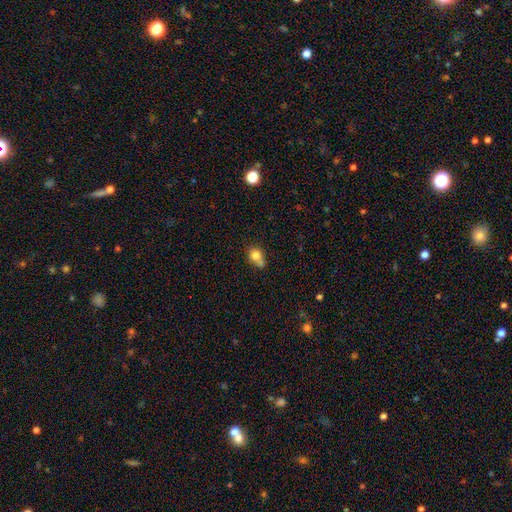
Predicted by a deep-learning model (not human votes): Smooth or featured: smooth — 78% (featured or disk — 12%)
How rounded: round — 58% (in between — 40%)
Merging: none — 39% (merger — 30%)